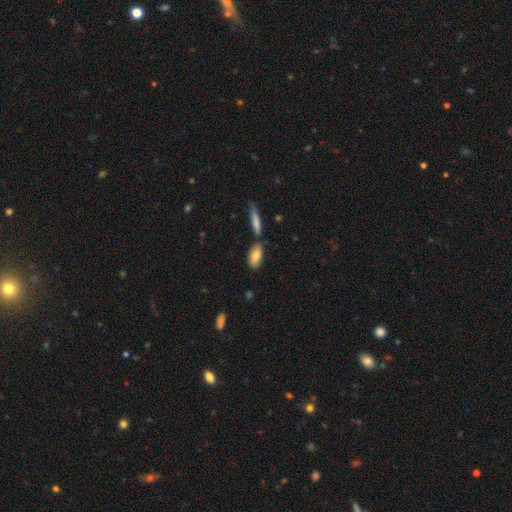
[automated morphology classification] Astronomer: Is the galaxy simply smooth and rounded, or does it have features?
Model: smooth — 80%.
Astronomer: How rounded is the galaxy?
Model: in between — 84%.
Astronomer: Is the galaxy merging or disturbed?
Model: none — 64%.